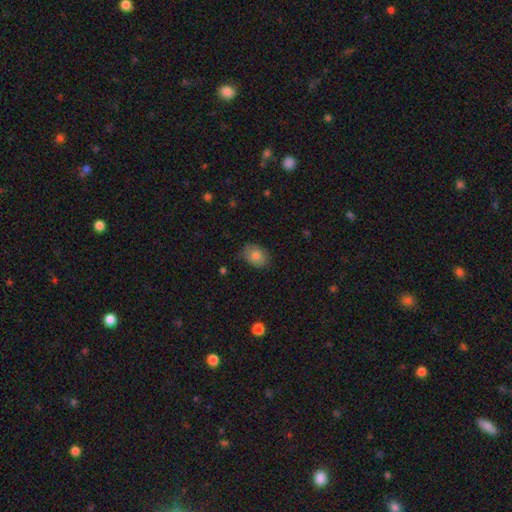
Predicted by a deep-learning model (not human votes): Morphology: type=smooth (80%); roundness=in between (75%); merging=none (78%).